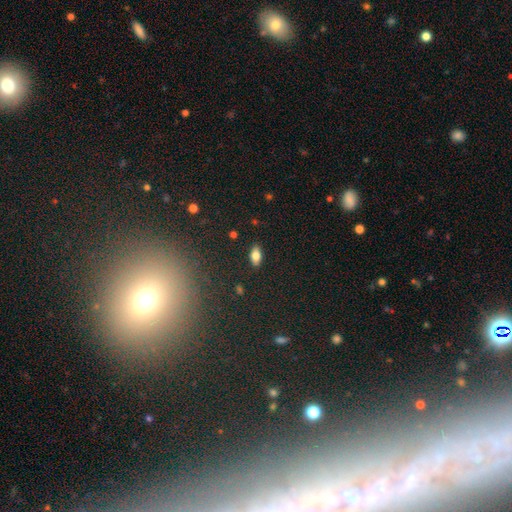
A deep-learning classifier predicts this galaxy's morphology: smooth 77%, featured or disk 14%, star or artifact 8%. Down the decision tree: how rounded — in between (89%); merging — none (88%).